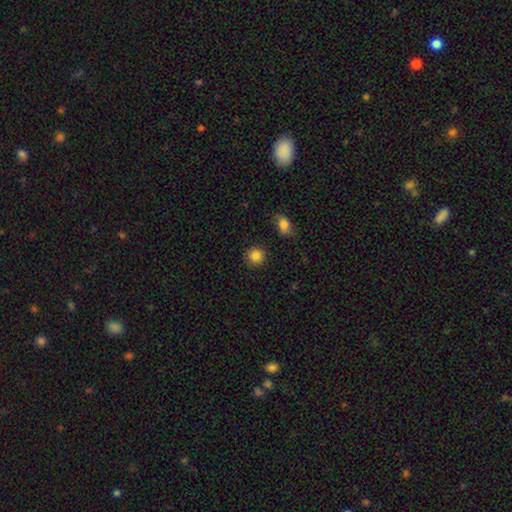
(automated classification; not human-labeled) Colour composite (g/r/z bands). It shows a smooth galaxy with no disk features (86%) that is round (91%). Merging: none (89%).